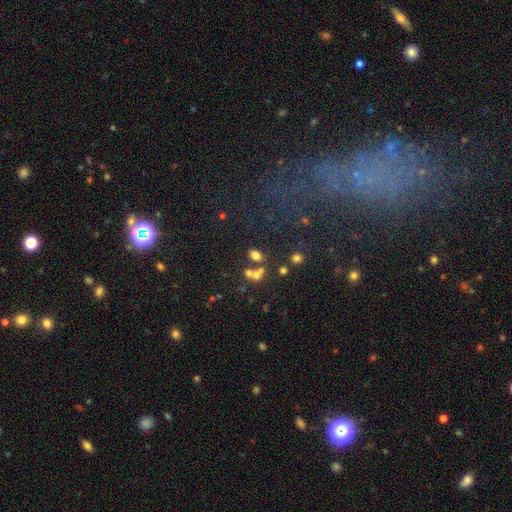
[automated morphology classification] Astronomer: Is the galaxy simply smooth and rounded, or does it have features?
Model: smooth — 70%.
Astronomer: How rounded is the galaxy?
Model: in between — 74%.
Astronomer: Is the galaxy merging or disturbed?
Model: none — 47% (runner-up: merger, 38%).